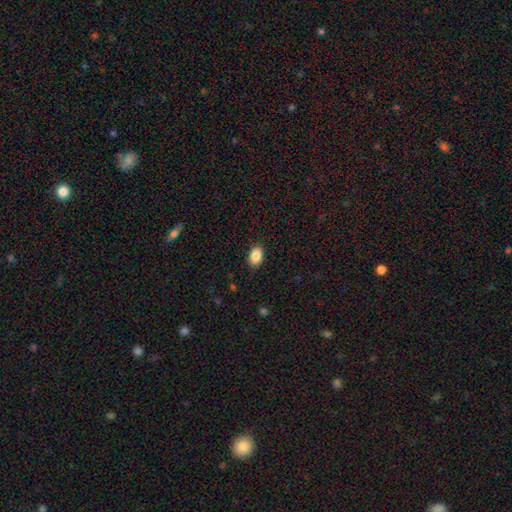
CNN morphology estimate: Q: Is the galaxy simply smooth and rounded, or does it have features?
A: smooth — 87%.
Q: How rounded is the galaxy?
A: in between — 88%.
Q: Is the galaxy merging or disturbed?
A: none — 87%.